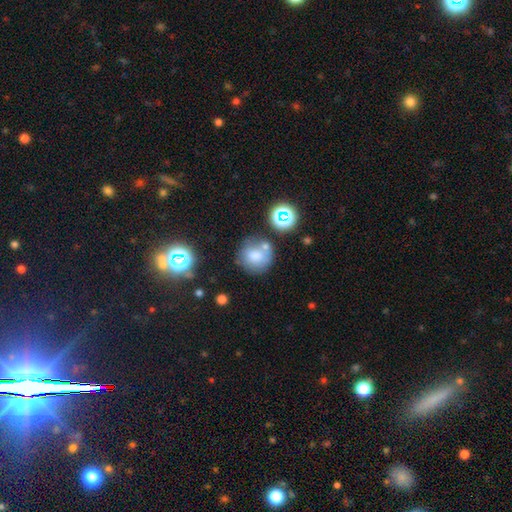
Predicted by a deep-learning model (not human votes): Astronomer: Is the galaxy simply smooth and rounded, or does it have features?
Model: smooth — 71%.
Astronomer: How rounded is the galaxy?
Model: round — 90%.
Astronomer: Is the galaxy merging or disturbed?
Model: none — 59%.